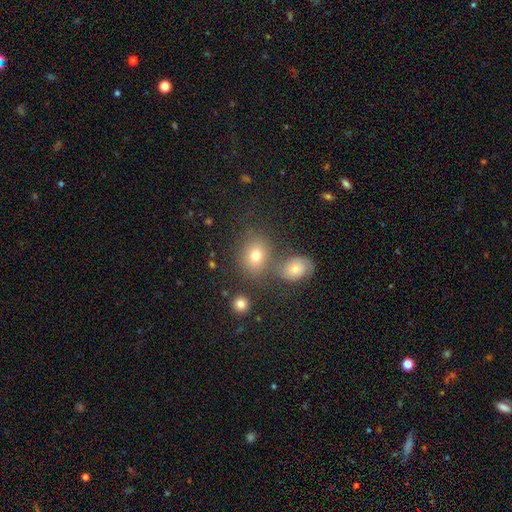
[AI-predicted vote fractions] Overall: smooth (72%). How rounded: round (55%; in between 44%). Merging: none (62%).